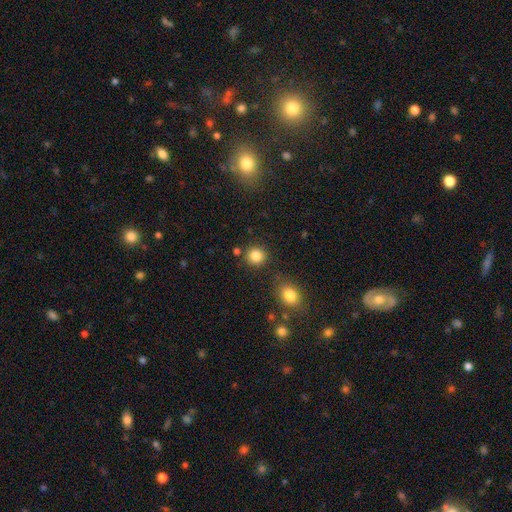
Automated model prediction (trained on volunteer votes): The model was most divided on "smooth or featured": smooth: 85%, star or artifact: 11%, featured or disk: 5%. More confident: how rounded — round (89%); merging — none (85%).